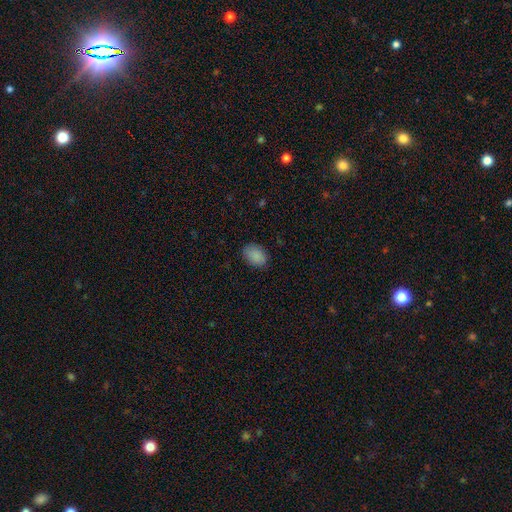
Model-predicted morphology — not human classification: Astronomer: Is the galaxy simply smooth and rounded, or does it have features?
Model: smooth — 88%.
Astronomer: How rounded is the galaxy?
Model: in between — 81%.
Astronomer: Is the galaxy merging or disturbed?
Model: none — 84%.